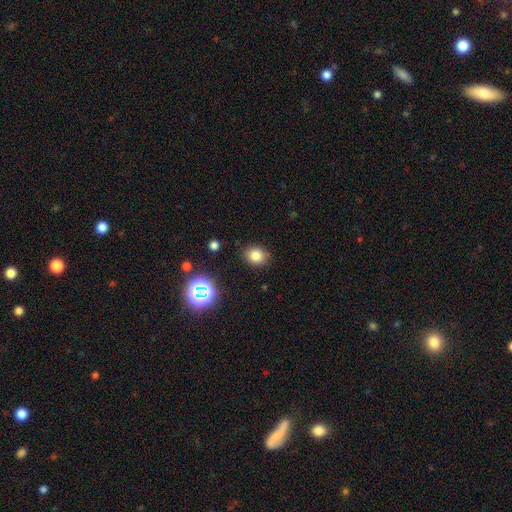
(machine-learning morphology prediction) The model was most divided on "how rounded": round: 62%, in between: 37%, cigar-shaped: 1%. More confident: merging — none (87%); smooth or featured — smooth (79%).